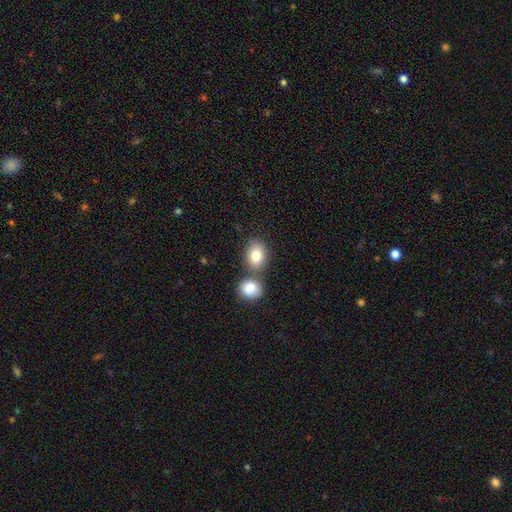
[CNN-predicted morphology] The model was most divided on "merging": none: 52%, merger: 34%, minor disturbance: 10%, major disturbance: 3%. More confident: smooth or featured — smooth (82%); how rounded — in between (62%).